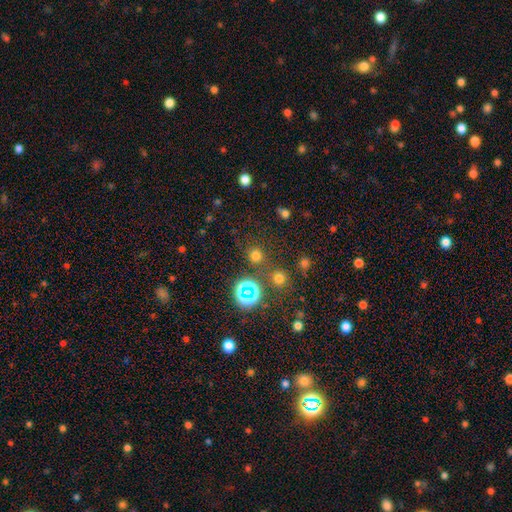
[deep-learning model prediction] Overall: smooth (67%; star or artifact 27%). How rounded: round (92%). Merging: none (80%).